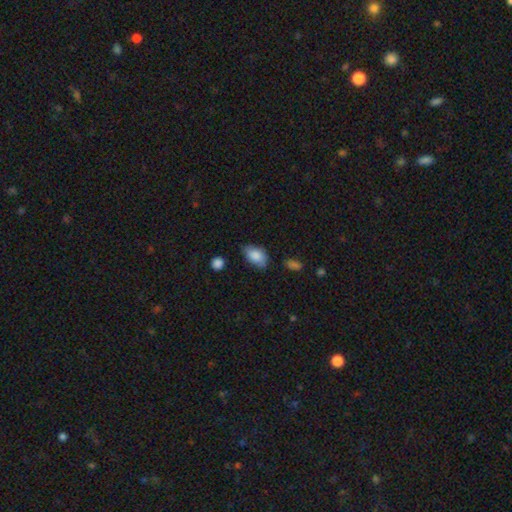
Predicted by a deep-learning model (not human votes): smooth 83%, featured or disk 9%, star or artifact 7%. Down the decision tree: how rounded — in between (90%); merging — none (64%).